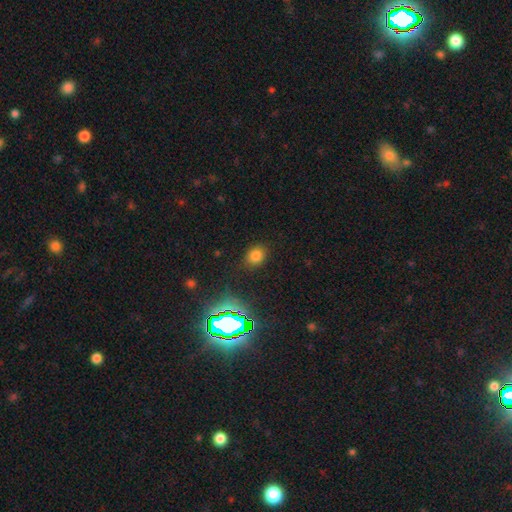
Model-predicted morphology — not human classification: Smooth or featured?
  - smooth: 75% *
  - star or artifact: 19%
  - featured or disk: 6%
How rounded?
  - round: 53% *
  - in between: 46%
  - cigar-shaped: 1%
Merging?
  - none: 83% *
  - minor disturbance: 12%
  - major disturbance: 4%
  - merger: 2%